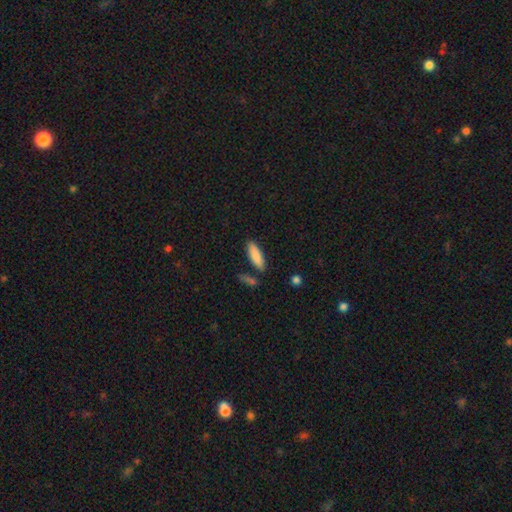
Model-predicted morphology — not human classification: smooth 86%, featured or disk 8%, star or artifact 6%. Down the decision tree: how rounded — cigar-shaped (52%); merging — none (82%).